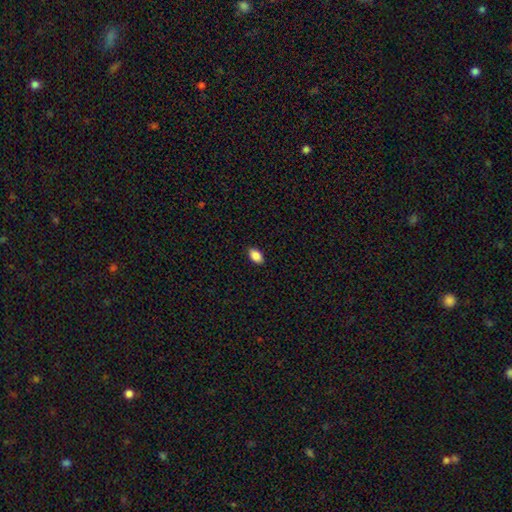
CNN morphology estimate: Smooth or featured?
  - smooth: 89% *
  - star or artifact: 8%
  - featured or disk: 4%
How rounded?
  - in between: 92% *
  - round: 6%
  - cigar-shaped: 2%
Merging?
  - none: 90% *
  - minor disturbance: 8%
  - major disturbance: 2%
  - merger: 1%